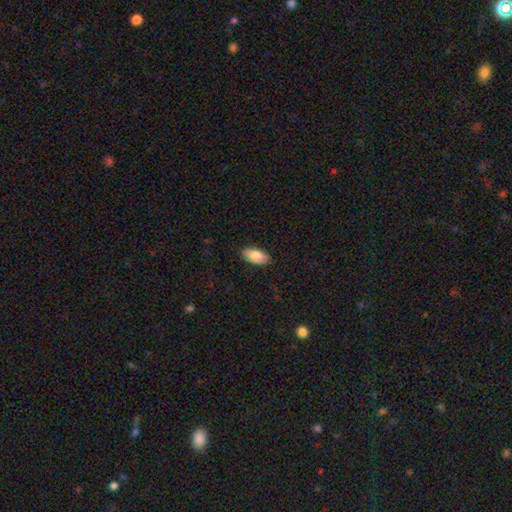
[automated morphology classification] Smooth or featured? smooth (85%)
How rounded? in between (92%)
Merging? none (89%)